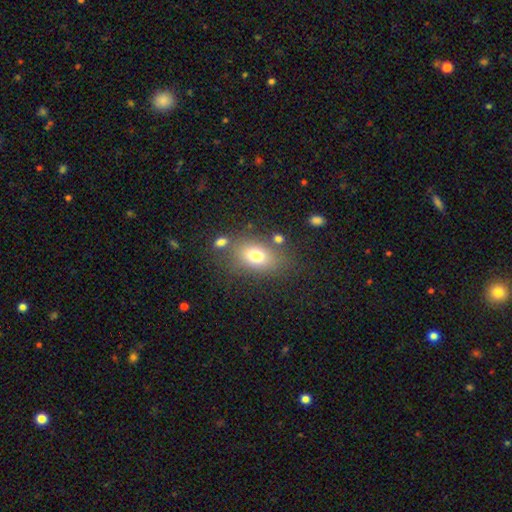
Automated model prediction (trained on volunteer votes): Smooth or featured? Predicted: smooth (p=0.75). How rounded? Predicted: in between (p=0.80). Merging? Predicted: none (p=0.69).